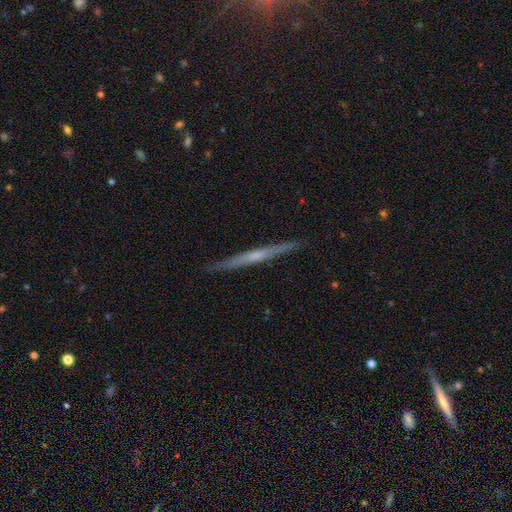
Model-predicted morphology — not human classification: smooth-or-featured: featured or disk: 64% | smooth: 31% | star or artifact: 6%
  disk-edge-on: yes: 98% | no: 2%
    edge-on-bulge: none: 66% | rounded: 26% | boxy: 7%
  merging: none: 91% | minor disturbance: 7% | major disturbance: 1% | merger: 1%